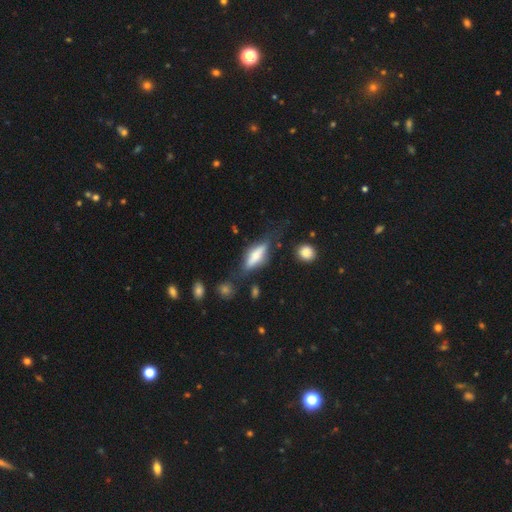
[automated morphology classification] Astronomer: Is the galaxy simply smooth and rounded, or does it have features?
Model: smooth — 48% (runner-up: featured or disk, 45%).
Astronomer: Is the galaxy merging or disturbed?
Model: none — 62%.